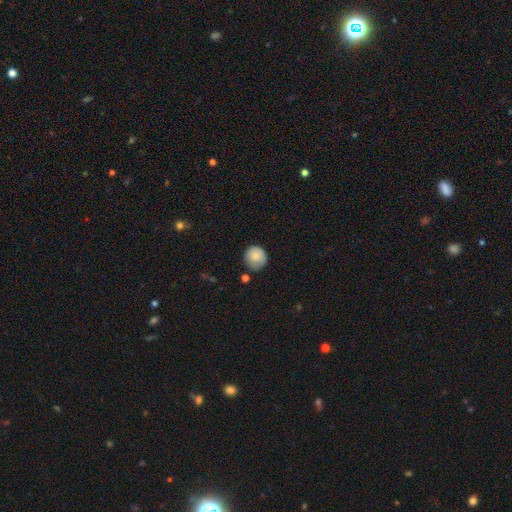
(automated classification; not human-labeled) Morphology: type=smooth (81%); roundness=round (89%); merging=none (73%).